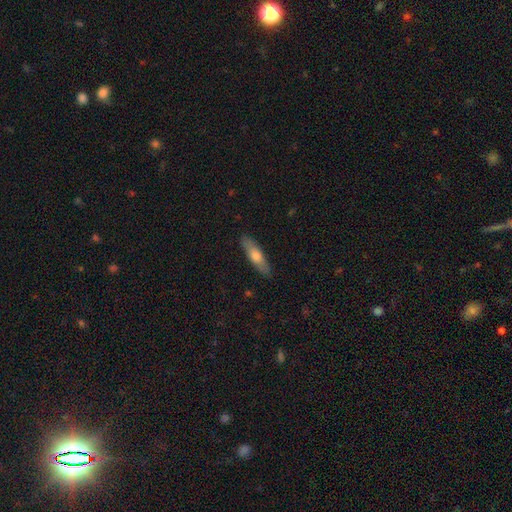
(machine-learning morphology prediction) A smooth galaxy with no disk features (60%) that is cigar-shaped (68%).

Vote fractions:
- Smooth or featured? smooth: 60% / featured or disk: 34% / star or artifact: 6%
- How rounded? cigar-shaped: 68% / in between: 30% / round: 2%
- Merging? none: 88% / minor disturbance: 9% / major disturbance: 2% / merger: 1%